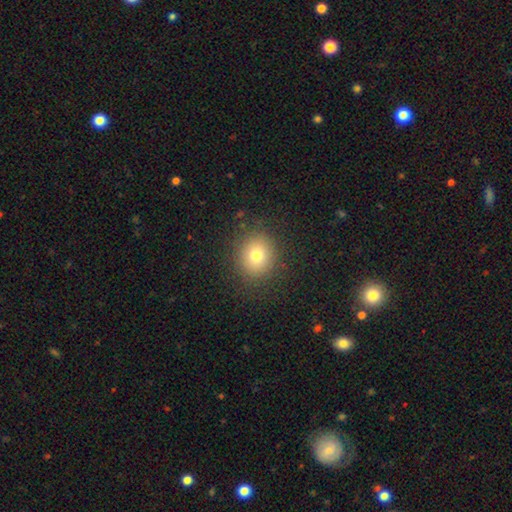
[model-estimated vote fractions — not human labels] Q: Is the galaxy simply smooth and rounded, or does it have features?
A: smooth — 78%.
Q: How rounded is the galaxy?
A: round — 76%.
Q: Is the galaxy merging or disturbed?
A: none — 88%.